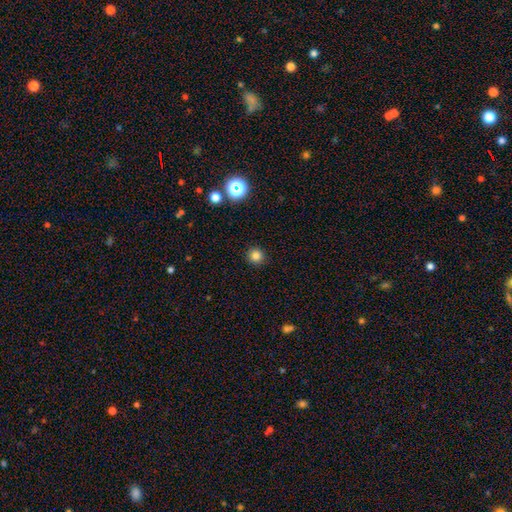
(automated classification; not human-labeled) This is clearly a smooth galaxy (81%). How rounded: clearly round (94%). Merging: clearly none (92%).